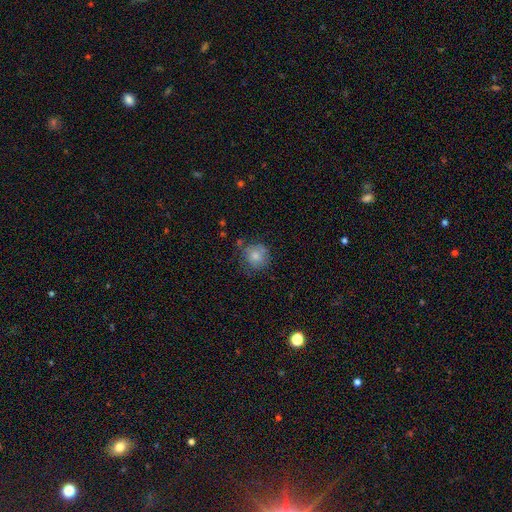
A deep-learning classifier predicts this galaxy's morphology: This is likely a smooth galaxy (80%). How rounded: clearly round (89%). Merging: likely none (70%).